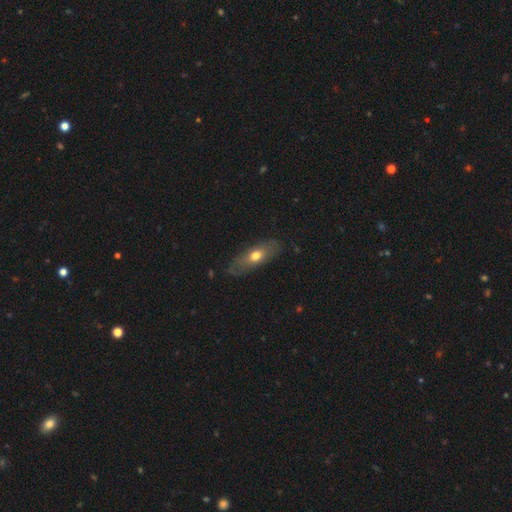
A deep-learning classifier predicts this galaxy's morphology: type=smooth (59%); roundness=in between (66%); merging=none (75%).